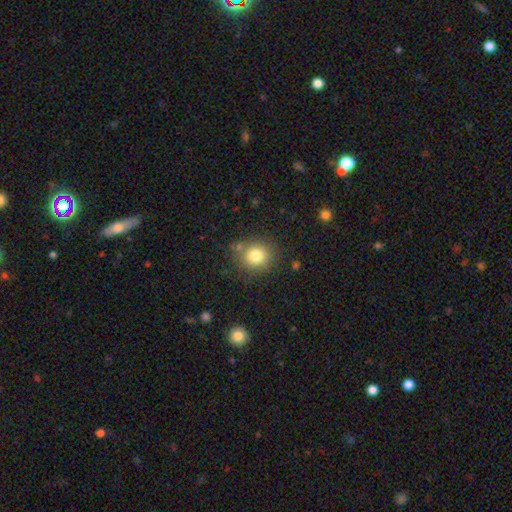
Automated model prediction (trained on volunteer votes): Overall: smooth (80%). How rounded: round (83%). Merging: none (81%).